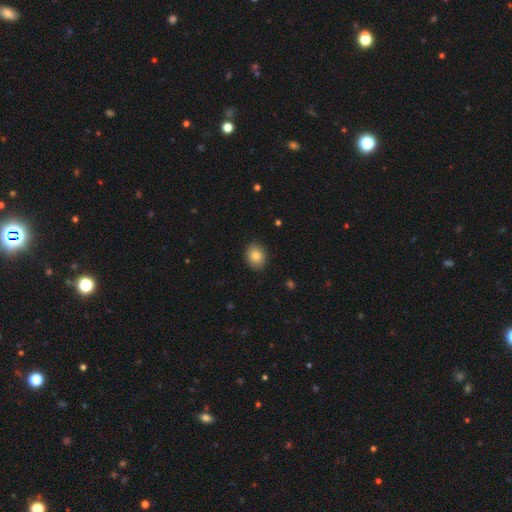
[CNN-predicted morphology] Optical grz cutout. It shows a smooth galaxy with no disk features (83%) that is in between round and cigar-shaped (52%). Merging: none (88%).